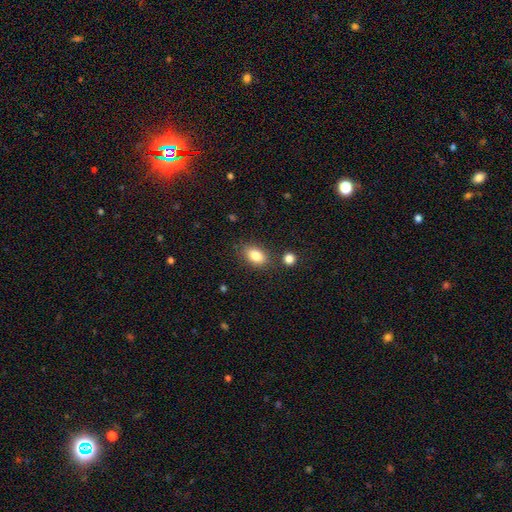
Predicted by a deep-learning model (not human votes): Smooth or featured? smooth (85%)
How rounded? in between (87%)
Merging? none (79%)